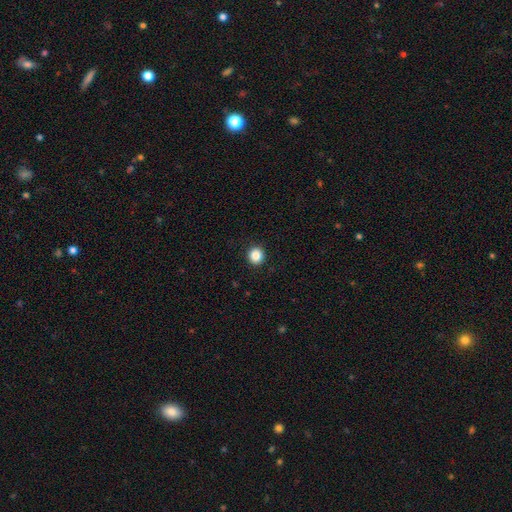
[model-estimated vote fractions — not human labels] The model was most divided on "smooth or featured": smooth: 86%, star or artifact: 10%, featured or disk: 4%. More confident: merging — none (93%); how rounded — round (91%).